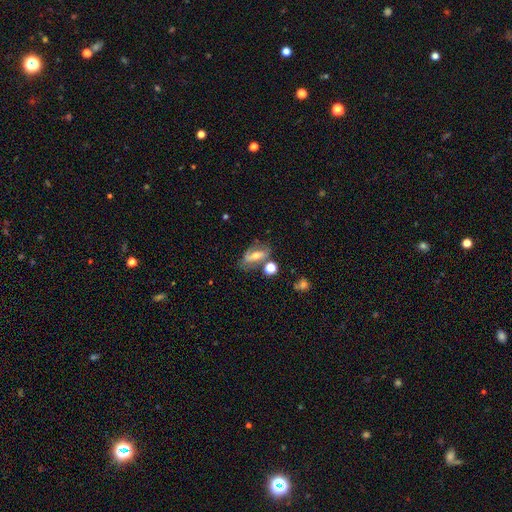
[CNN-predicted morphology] type=featured or disk (58%); edge-on=no (86%); merging=none (60%).